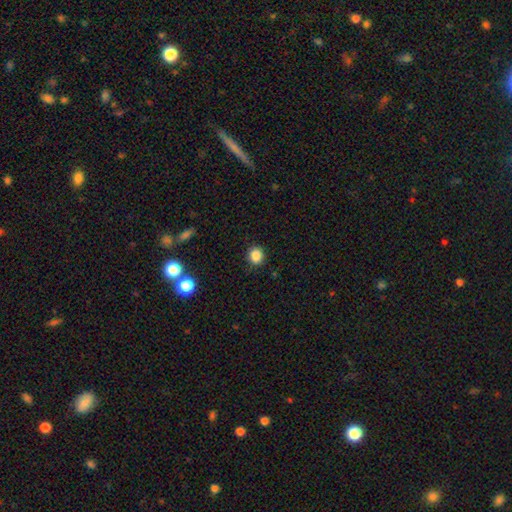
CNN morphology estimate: Smooth or featured?
  - smooth: 85% *
  - star or artifact: 11%
  - featured or disk: 4%
How rounded?
  - round: 79% *
  - in between: 20%
  - cigar-shaped: 1%
Merging?
  - none: 87% *
  - minor disturbance: 9%
  - major disturbance: 2%
  - merger: 1%